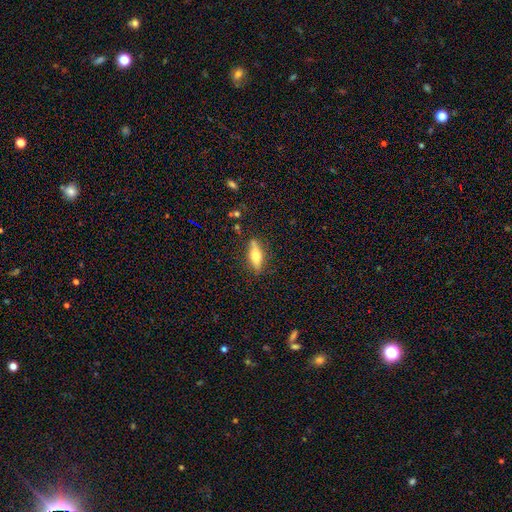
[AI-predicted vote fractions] smooth-or-featured: smooth: 59% | featured or disk: 34% | star or artifact: 7%
  how-rounded: in between: 54% | cigar-shaped: 43% | round: 3%
  merging: none: 79% | minor disturbance: 14% | merger: 3% | major disturbance: 3%